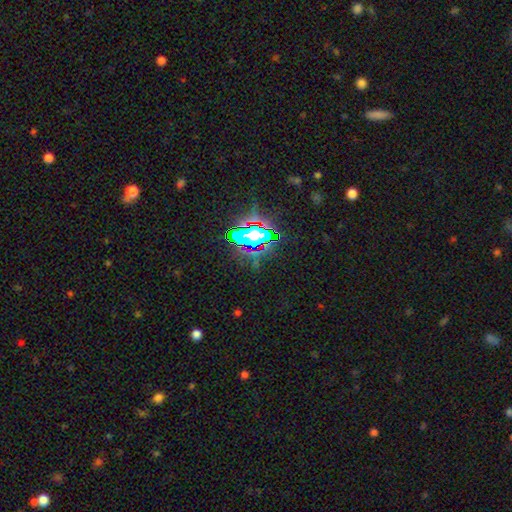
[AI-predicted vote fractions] smooth_or_featured: star or artifact (p=0.80) [alt: smooth p=0.12]